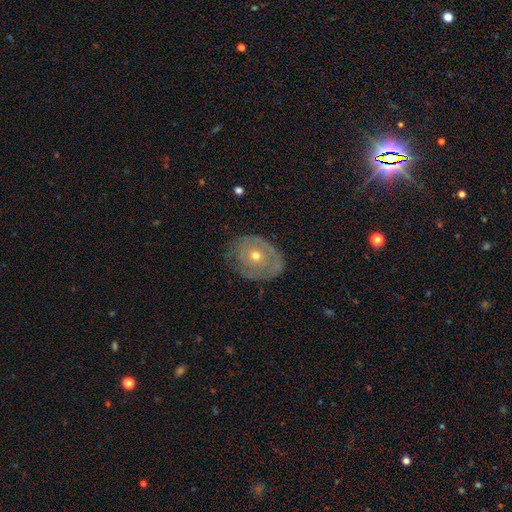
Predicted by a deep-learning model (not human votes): featured or disk 63%, smooth 28%, star or artifact 8%. Down the decision tree: edge-on disk — no (95%); bar — no (89%); spiral arms — no (53%); bulge size — moderate (55%); merging — none (67%).